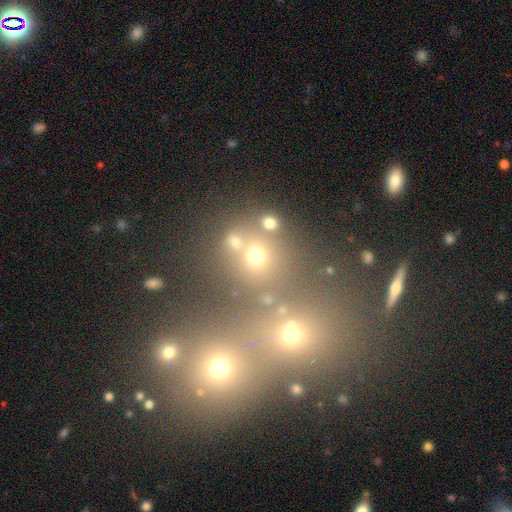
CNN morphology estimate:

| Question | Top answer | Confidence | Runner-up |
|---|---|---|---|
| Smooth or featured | smooth | 61% | star or artifact (28%) |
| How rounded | round | 79% | in between (19%) |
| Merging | none | 57% | merger (30%) |